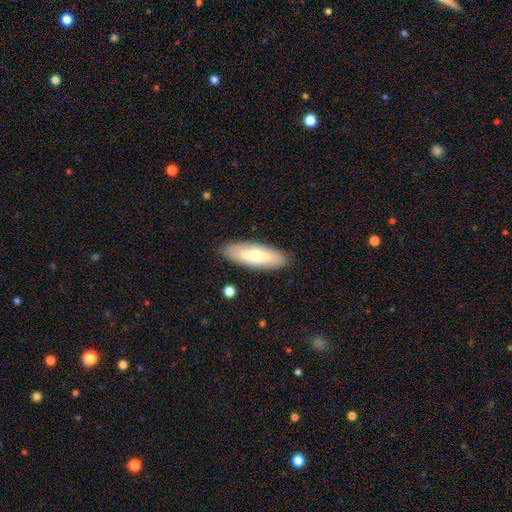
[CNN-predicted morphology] Smooth or featured: smooth — 66% (featured or disk — 28%)
How rounded: in between — 58% (cigar-shaped — 40%)
Merging: none — 87% (minor disturbance — 9%)